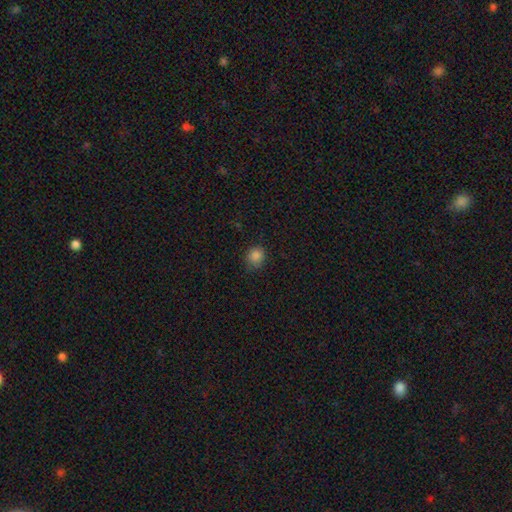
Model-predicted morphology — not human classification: type=smooth (85%); roundness=round (83%); merging=none (80%).